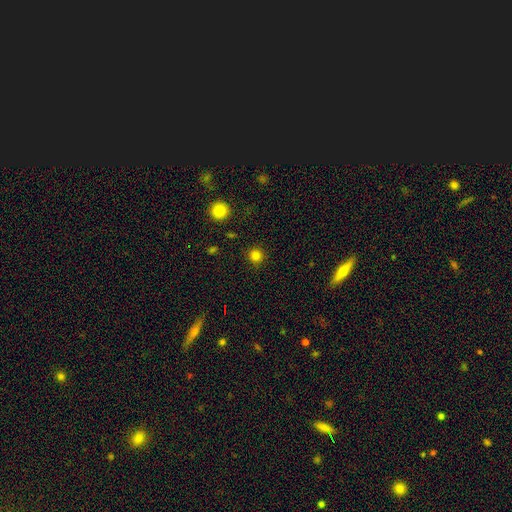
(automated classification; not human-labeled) smooth 81%, star or artifact 14%, featured or disk 5%. Down the decision tree: how rounded — round (95%); merging — none (91%).